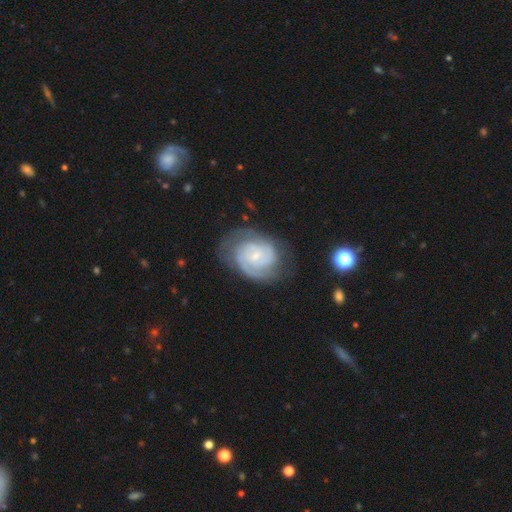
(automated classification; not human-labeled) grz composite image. It shows a featured or disk galaxy (84%) with no bar (57%), 2 (54%) tight (64%) spiral arms (96%) and a small central bulge (75%). Merging: none (69%).